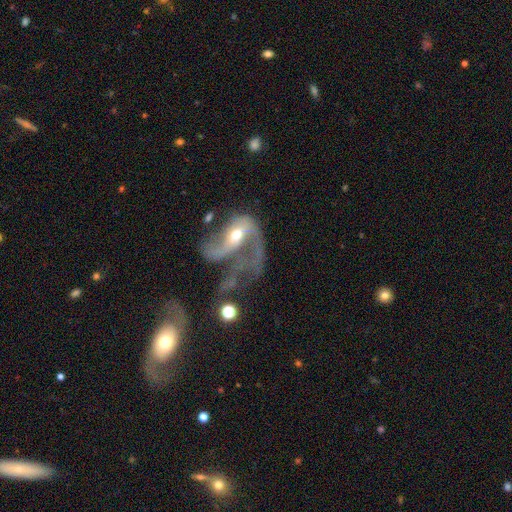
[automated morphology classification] A featured or disk galaxy (77%) with no bar (51%), 2 (51%) loose (57%) spiral arms (77%) and a moderate central bulge (54%). Merging: major disturbance (49%).